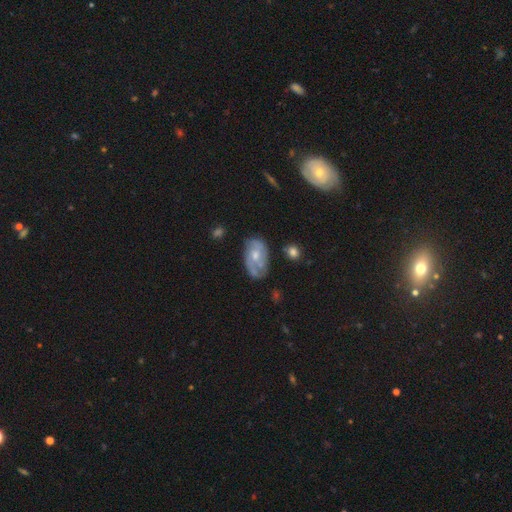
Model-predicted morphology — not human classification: This appears to be a featured or disk galaxy (62%) with no bar (74%), spiral arms (69%) and a moderate central bulge (59%). Merging: none (56%).